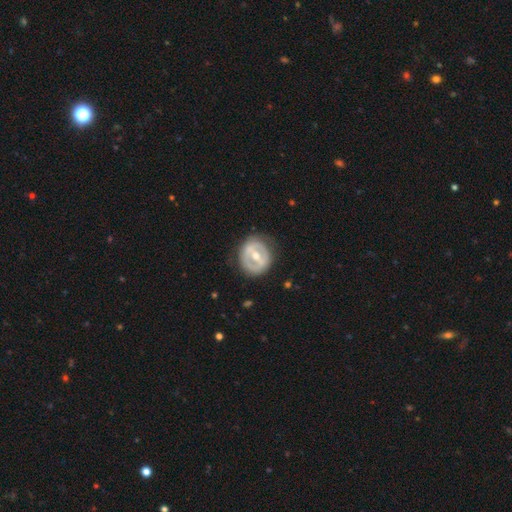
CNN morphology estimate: Smooth or featured? featured or disk (67%)
Edge-on disk? no (95%)
Bar? strong (48%)
Spiral arms? no (78%)
Bulge size? moderate (72%)
Merging? none (78%)